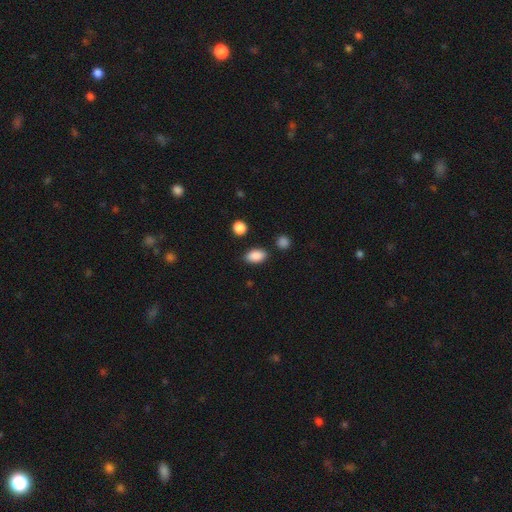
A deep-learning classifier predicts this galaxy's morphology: Smooth or featured? smooth (88%)
How rounded? in between (89%)
Merging? none (82%)